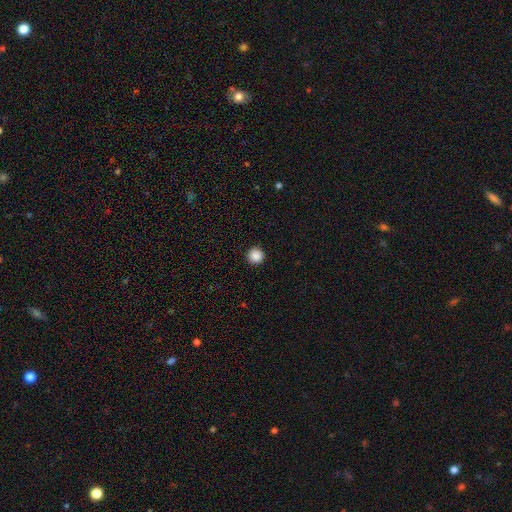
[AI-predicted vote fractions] A smooth galaxy with no disk features (88%) that is round (96%). Merging: none (93%).